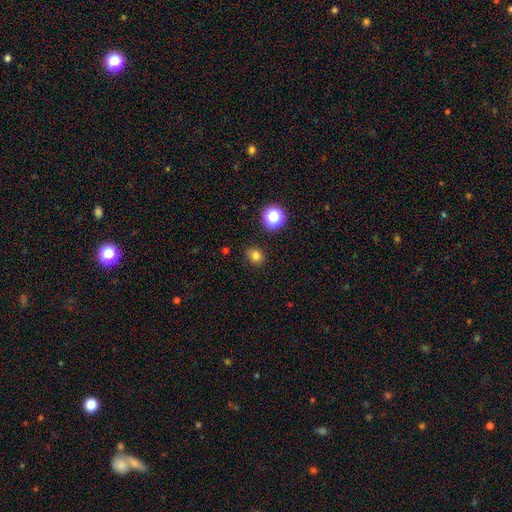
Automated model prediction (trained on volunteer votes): smooth_or_featured: smooth (p=0.78) [alt: star or artifact p=0.16]
how_rounded: round (p=0.66) [alt: in between p=0.33]
merging: none (p=0.82) [alt: minor disturbance p=0.13]